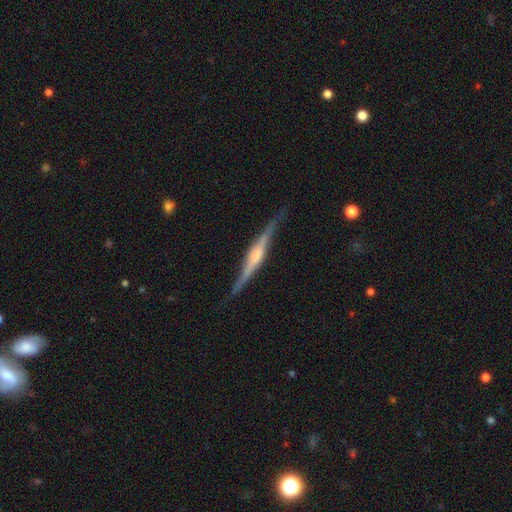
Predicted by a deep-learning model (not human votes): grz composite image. It shows a featured or disk galaxy (79%) viewed edge-on (97%) with a rounded central bulge (59%). Merging: none (84%).